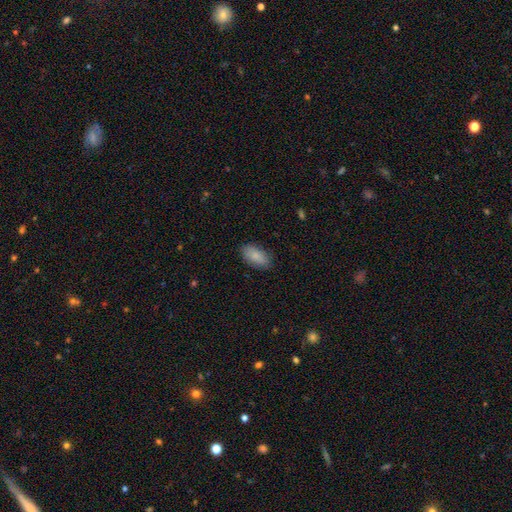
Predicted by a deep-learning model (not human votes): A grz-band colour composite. It shows a smooth galaxy with no disk features (87%) that is in between round and cigar-shaped (91%). Merging: none (85%).